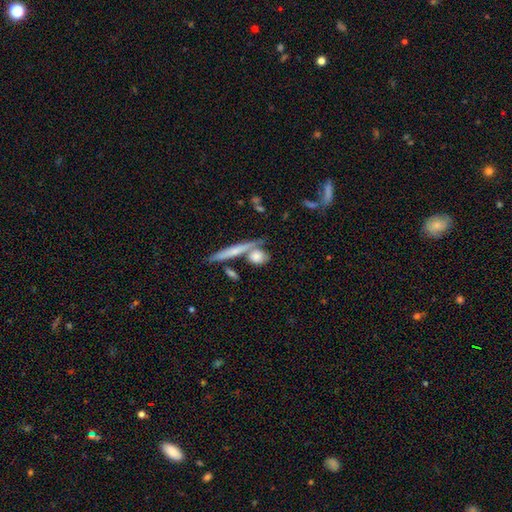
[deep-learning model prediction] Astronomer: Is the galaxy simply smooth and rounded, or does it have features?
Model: smooth — 62%.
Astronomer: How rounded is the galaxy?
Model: cigar-shaped — 42% (runner-up: round, 37%).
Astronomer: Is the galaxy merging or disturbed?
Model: none — 60%.